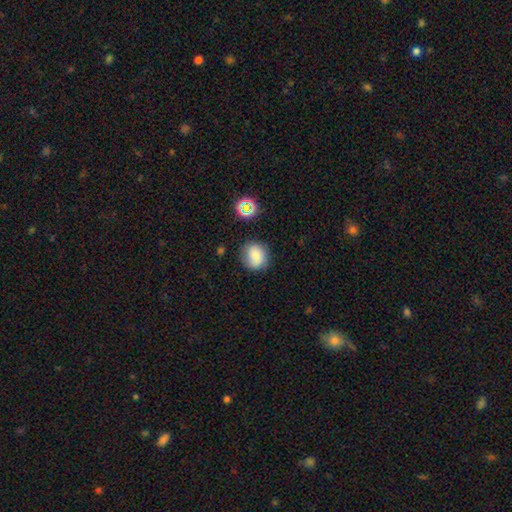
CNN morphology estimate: smooth_or_featured: smooth (p=0.74) [alt: featured or disk p=0.13]
how_rounded: round (p=0.78) [alt: in between p=0.21]
merging: none (p=0.76) [alt: minor disturbance p=0.17]